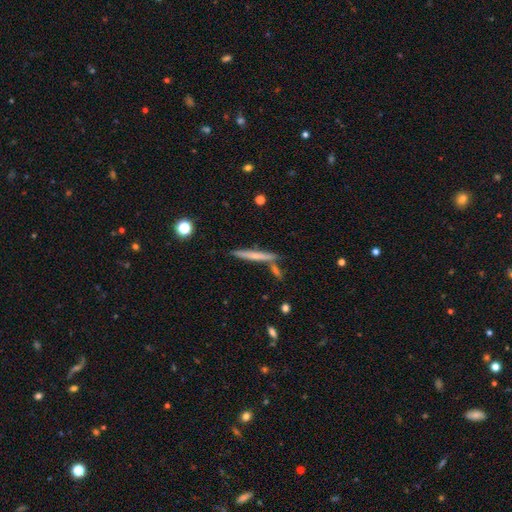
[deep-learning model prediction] smooth_or_featured: smooth (p=0.48) [alt: featured or disk p=0.45]
merging: none (p=0.77) [alt: minor disturbance p=0.11]